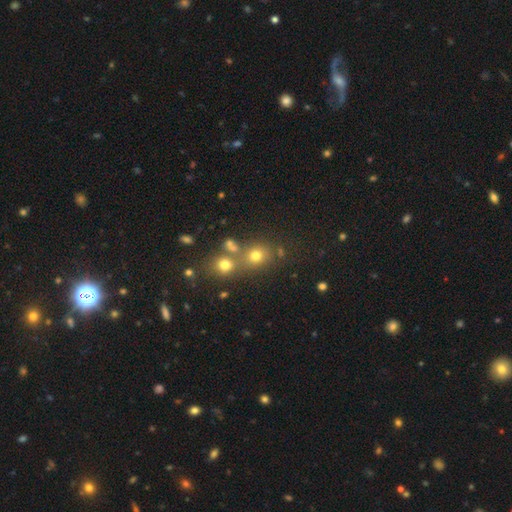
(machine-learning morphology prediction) smooth_or_featured: smooth (p=0.71) [alt: star or artifact p=0.19]
how_rounded: round (p=0.78) [alt: in between p=0.21]
merging: none (p=0.58) [alt: merger p=0.27]